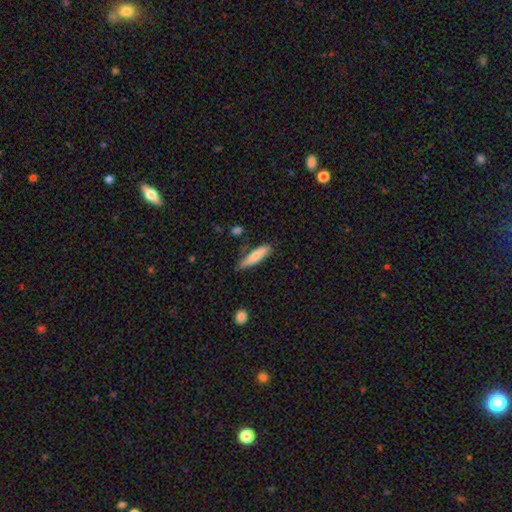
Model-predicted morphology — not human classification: Smooth or featured? smooth (79%)
How rounded? cigar-shaped (74%)
Merging? none (72%)